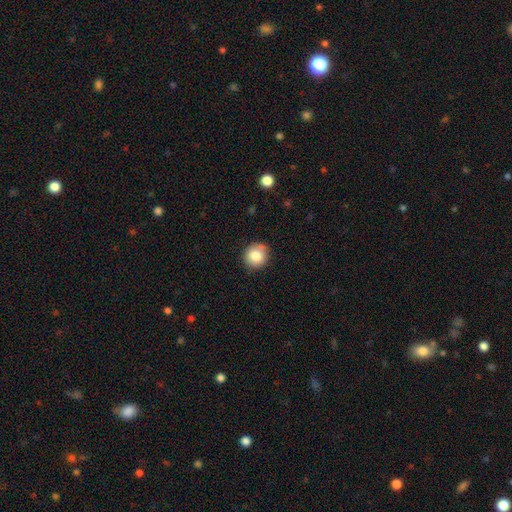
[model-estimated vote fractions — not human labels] This is clearly a smooth galaxy (82%). How rounded: clearly round (91%). Merging: likely none (78%).